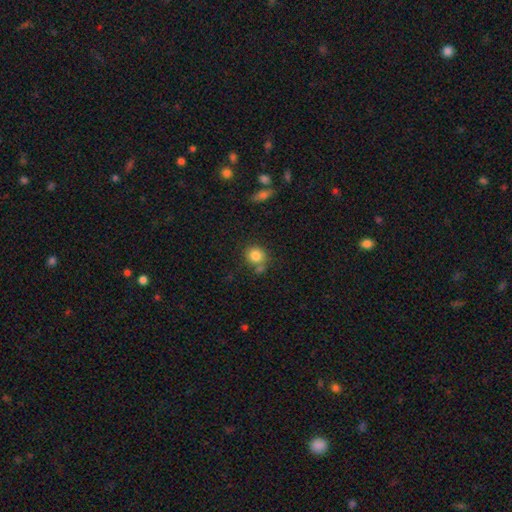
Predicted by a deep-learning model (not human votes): A smooth galaxy with no disk features (83%) that is round (86%).

Vote fractions:
- Smooth or featured? smooth: 83% / star or artifact: 10% / featured or disk: 7%
- How rounded? round: 86% / in between: 13% / cigar-shaped: 1%
- Merging? none: 64% / merger: 17% / minor disturbance: 14% / major disturbance: 4%